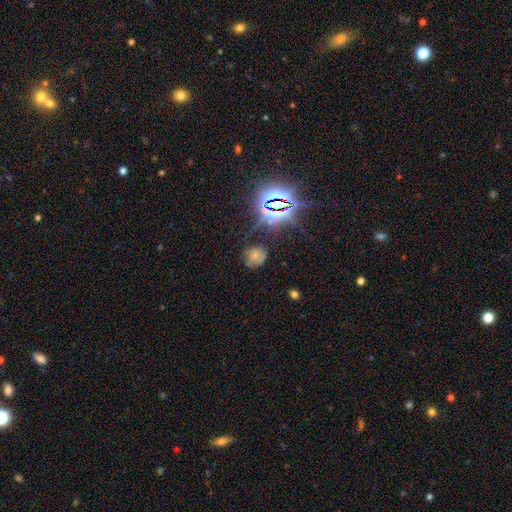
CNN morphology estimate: A smooth galaxy with no disk features (49%).

Vote fractions:
- Smooth or featured? smooth: 49% / star or artifact: 29% / featured or disk: 22%
- Merging? none: 61% / minor disturbance: 25% / major disturbance: 10% / merger: 4%